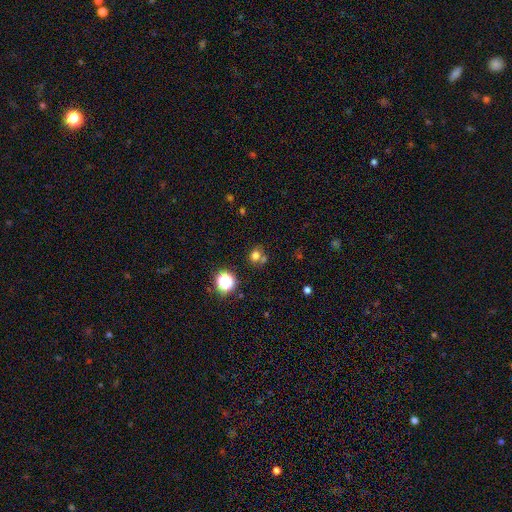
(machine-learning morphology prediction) type=smooth (71%); roundness=round (76%); merging=none (60%).